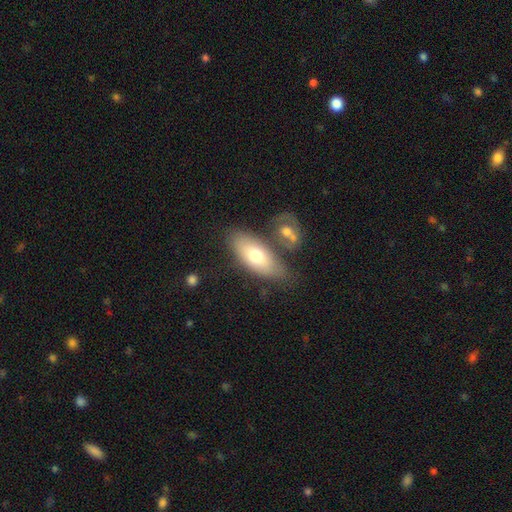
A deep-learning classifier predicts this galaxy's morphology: smooth-or-featured: smooth: 67% | featured or disk: 26% | star or artifact: 6%
  how-rounded: in between: 84% | cigar-shaped: 12% | round: 3%
  merging: none: 63% | minor disturbance: 16% | merger: 15% | major disturbance: 6%